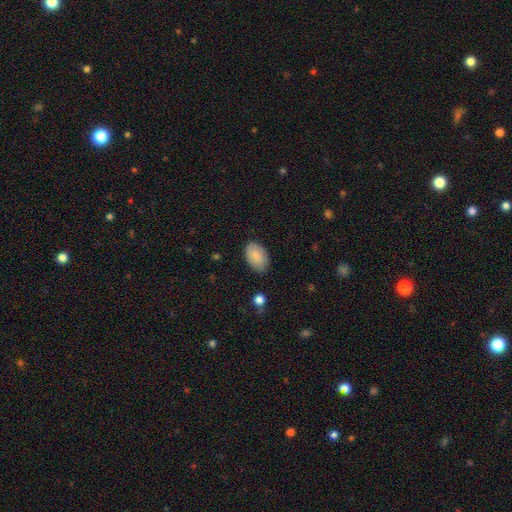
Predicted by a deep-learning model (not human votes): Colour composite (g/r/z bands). It shows a smooth galaxy with no disk features (86%) that is in between round and cigar-shaped (92%). Merging: none (78%).